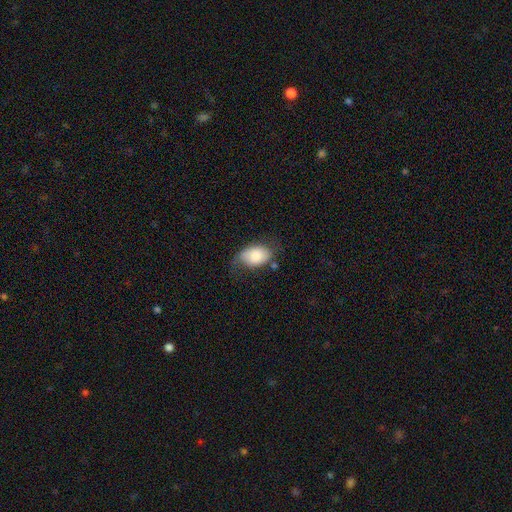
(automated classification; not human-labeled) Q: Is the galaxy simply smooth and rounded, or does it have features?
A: smooth — 78%.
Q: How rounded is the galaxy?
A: in between — 90%.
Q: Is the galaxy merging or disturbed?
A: none — 52%.